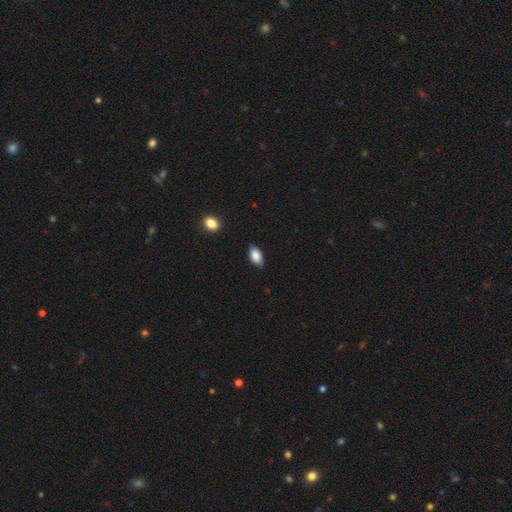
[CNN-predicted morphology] smooth 87%, star or artifact 7%, featured or disk 6%. Down the decision tree: how rounded — in between (92%); merging — none (83%).